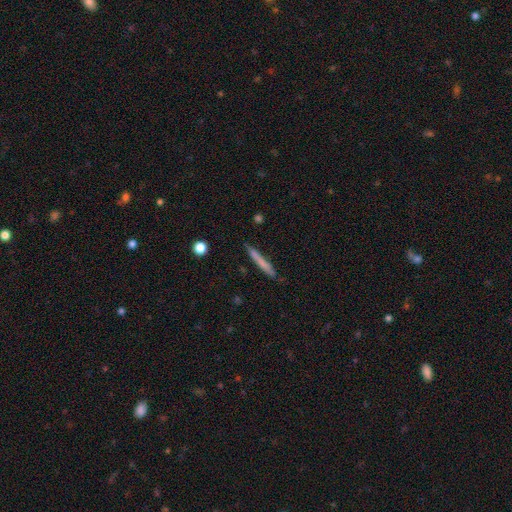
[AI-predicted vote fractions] Smooth or featured? smooth (63%)
How rounded? cigar-shaped (96%)
Merging? none (87%)